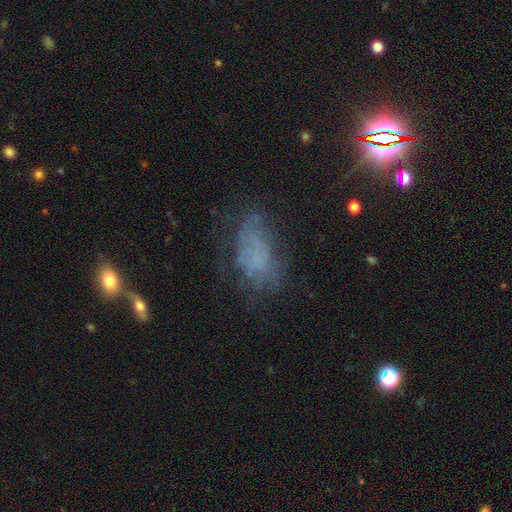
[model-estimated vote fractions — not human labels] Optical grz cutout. It shows a smooth galaxy with no disk features (44%). Merging: none (44%).